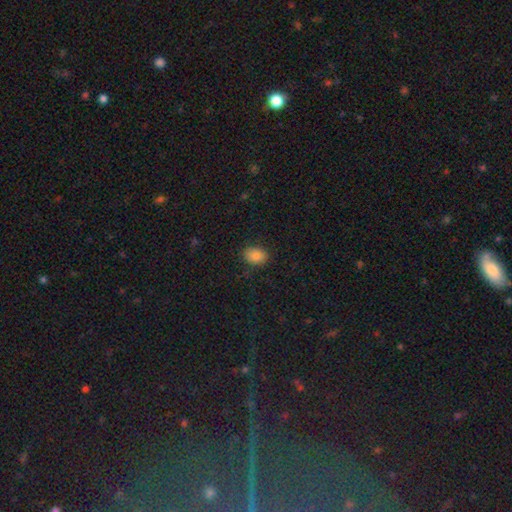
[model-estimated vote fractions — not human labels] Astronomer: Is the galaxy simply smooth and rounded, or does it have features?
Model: smooth — 86%.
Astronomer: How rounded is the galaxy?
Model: in between — 73%.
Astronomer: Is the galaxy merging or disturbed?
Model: none — 85%.